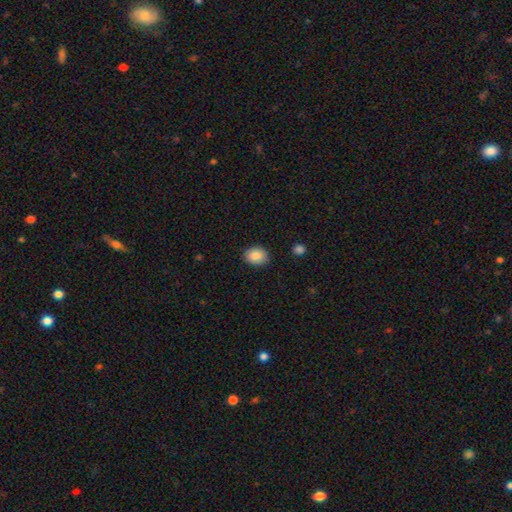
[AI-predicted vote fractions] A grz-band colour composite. It shows a smooth galaxy with no disk features (85%) that is in between round and cigar-shaped (56%). Merging: none (86%).